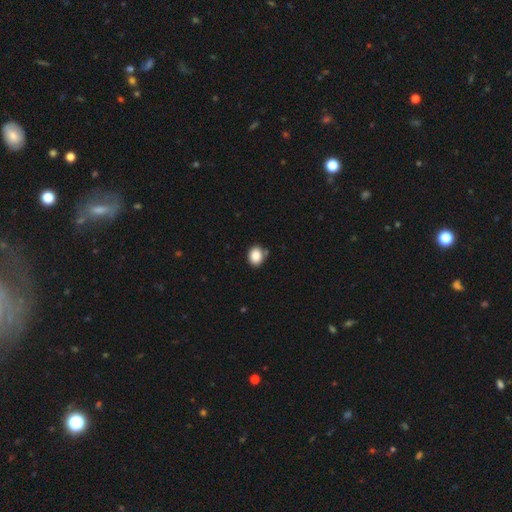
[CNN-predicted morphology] A smooth galaxy with no disk features (88%) that is in between round and cigar-shaped (56%). Merging: none (77%).